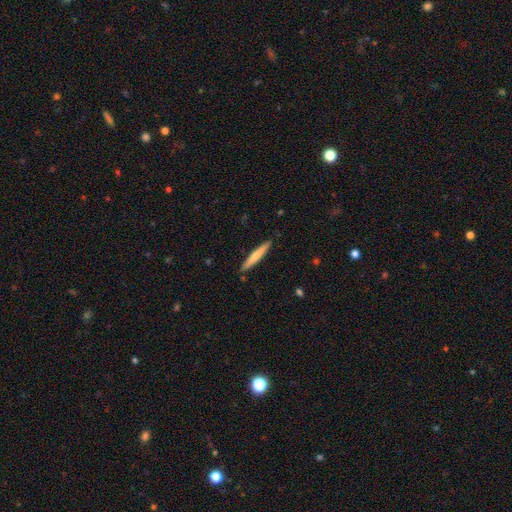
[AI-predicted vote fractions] smooth-or-featured: smooth: 65% | featured or disk: 30% | star or artifact: 5%
  how-rounded: cigar-shaped: 95% | in between: 4% | round: 1%
  merging: none: 89% | minor disturbance: 8% | major disturbance: 1% | merger: 1%